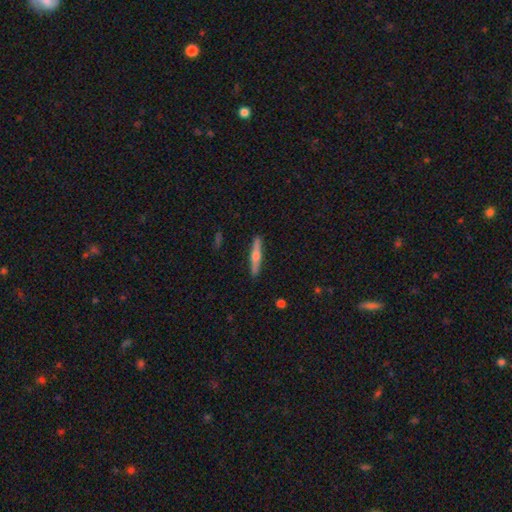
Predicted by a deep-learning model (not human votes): Overall: featured or disk (59%; smooth 35%). Edge-on disk: yes (97%). Edge-on bulge: rounded (90%). Merging: none (91%).